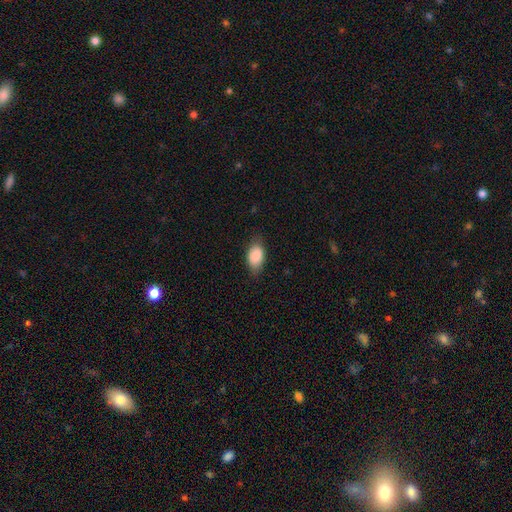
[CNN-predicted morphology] Smooth or featured?
  - smooth: 86% *
  - featured or disk: 8%
  - star or artifact: 7%
How rounded?
  - in between: 90% *
  - round: 7%
  - cigar-shaped: 2%
Merging?
  - none: 77% *
  - minor disturbance: 18%
  - major disturbance: 4%
  - merger: 1%